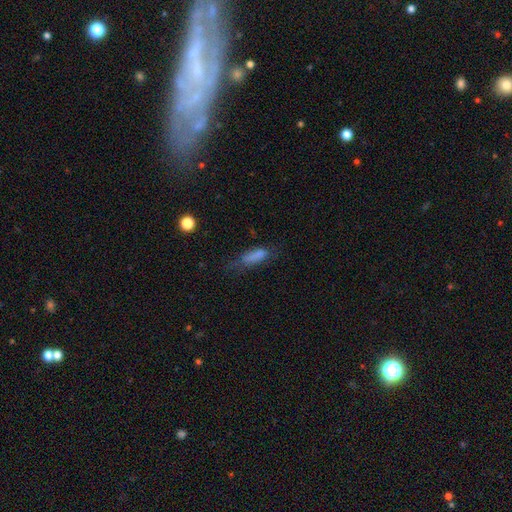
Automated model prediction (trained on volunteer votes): This is likely a smooth galaxy (76%). How rounded: possibly in between (54%). Merging: possibly none (46%).